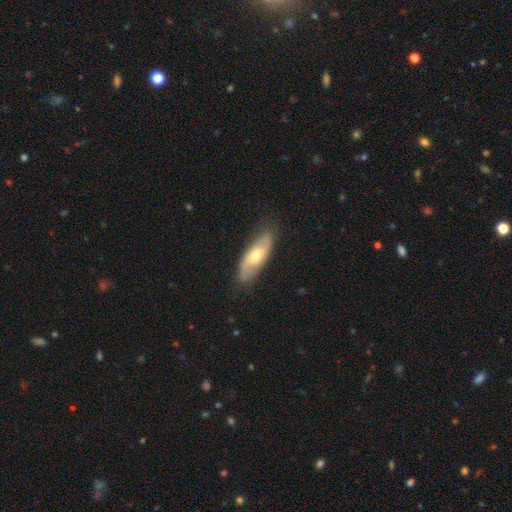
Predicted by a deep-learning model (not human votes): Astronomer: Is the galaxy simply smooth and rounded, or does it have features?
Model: featured or disk — 53% (runner-up: smooth, 41%).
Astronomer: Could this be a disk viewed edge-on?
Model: no — 76%.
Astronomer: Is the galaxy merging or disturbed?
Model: none — 81%.